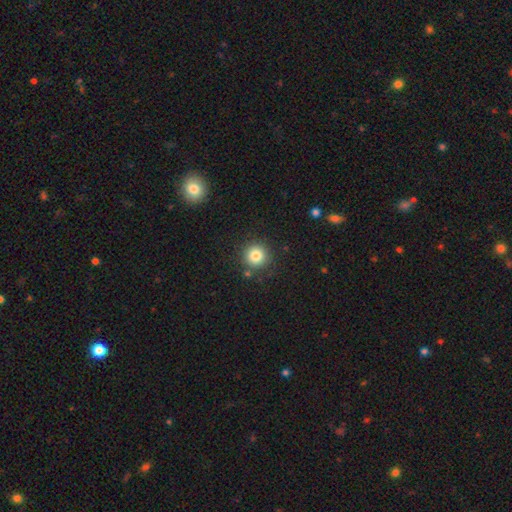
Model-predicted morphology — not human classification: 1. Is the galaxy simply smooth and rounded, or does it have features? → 82% smooth, 12% star or artifact, 7% featured or disk.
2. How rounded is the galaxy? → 94% round, 5% in between, 1% cigar-shaped.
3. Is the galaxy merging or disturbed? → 86% none, 8% minor disturbance, 4% merger, 3% major disturbance.